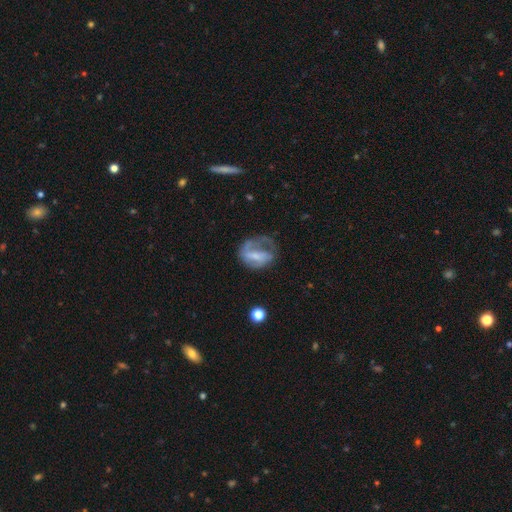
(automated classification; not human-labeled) smooth_or_featured: featured or disk (p=0.59) [alt: smooth p=0.33]
disk_edge_on: no (p=0.97) [alt: yes p=0.03]
bar: weak (p=0.41) [alt: no p=0.36]
has_spiral_arms: yes (p=0.64) [alt: no p=0.36]
bulge_size: small (p=0.38) [alt: none p=0.29]
merging: major disturbance (p=0.40) [alt: none p=0.34]